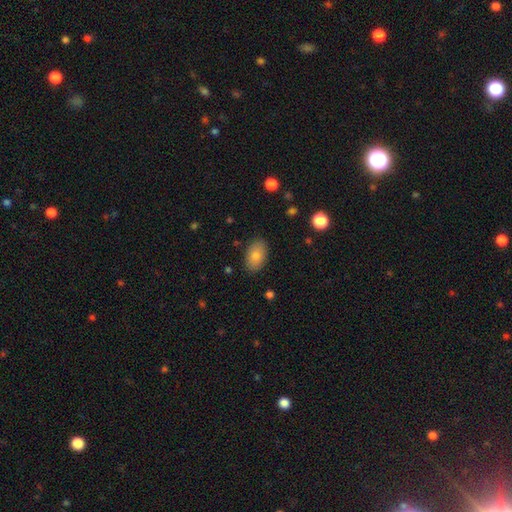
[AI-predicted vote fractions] smooth_or_featured: smooth (p=0.81) [alt: featured or disk p=0.12]
how_rounded: in between (p=0.91) [alt: round p=0.08]
merging: none (p=0.86) [alt: minor disturbance p=0.10]